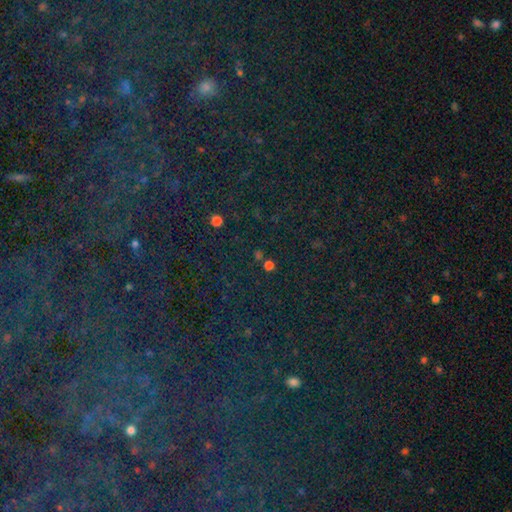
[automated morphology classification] This is clearly a star or artifact rather than a galaxy (81%).